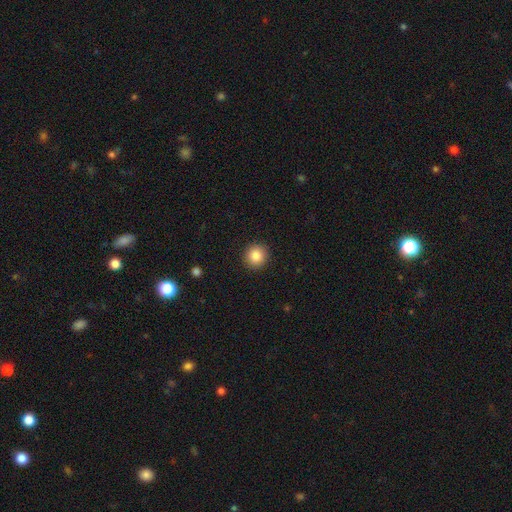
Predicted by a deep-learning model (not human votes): smooth_or_featured: smooth (p=0.86) [alt: star or artifact p=0.10]
how_rounded: round (p=0.92) [alt: in between p=0.07]
merging: none (p=0.92) [alt: minor disturbance p=0.05]